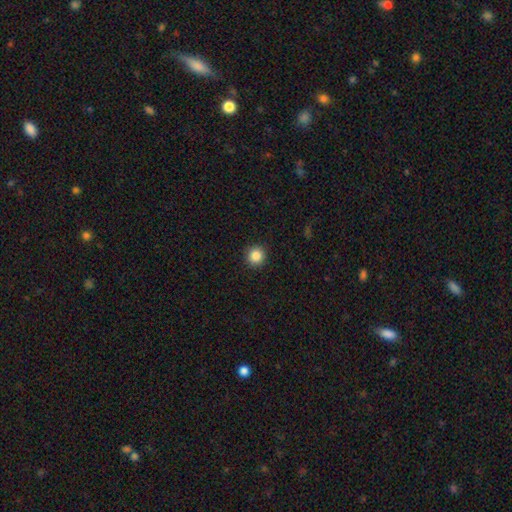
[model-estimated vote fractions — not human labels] Smooth or featured? Predicted: smooth (p=0.86). How rounded? Predicted: round (p=0.95). Merging? Predicted: none (p=0.92).